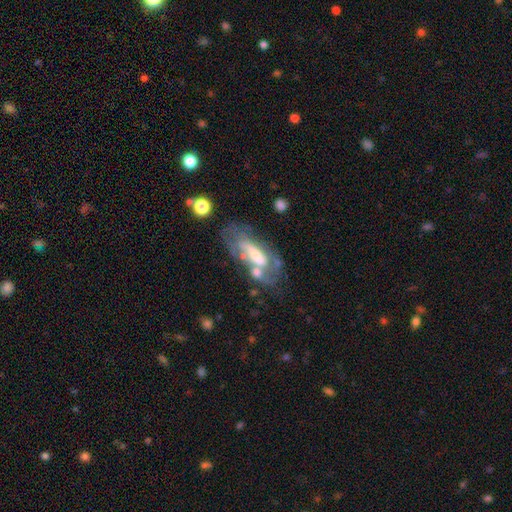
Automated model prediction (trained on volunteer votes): Smooth or featured? Predicted: featured or disk (p=0.60). Edge-on disk? Predicted: no (p=0.84). Bar? Predicted: no (p=0.55). Spiral arms? Predicted: yes (p=0.50, tied with no). Bulge size? Predicted: moderate (p=0.32). Merging? Predicted: none (p=0.40).